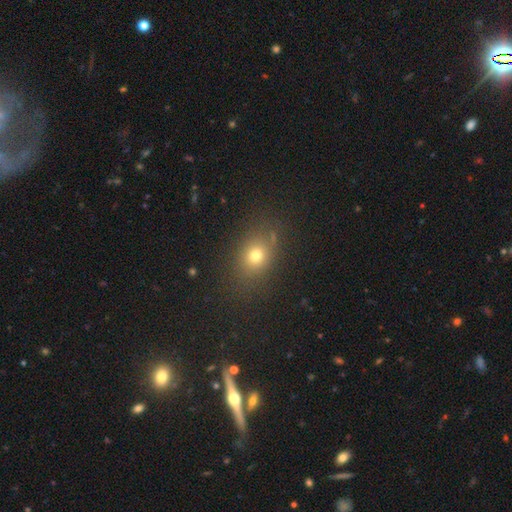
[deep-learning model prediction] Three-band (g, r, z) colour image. It shows a smooth galaxy with no disk features (71%) that is in between round and cigar-shaped (51%). Merging: none (80%).